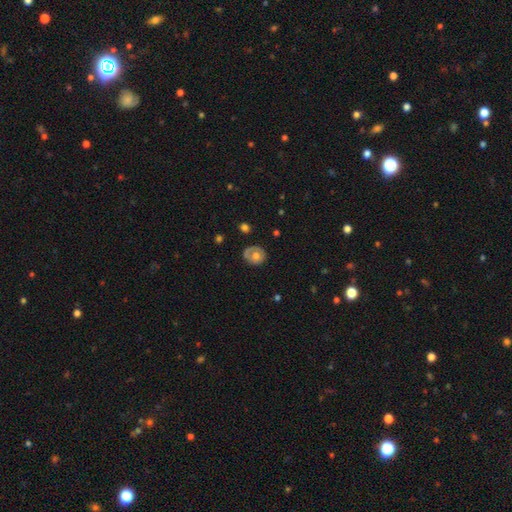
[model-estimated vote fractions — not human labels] Morphology: type=smooth (52%); roundness=round (77%); merging=none (69%).